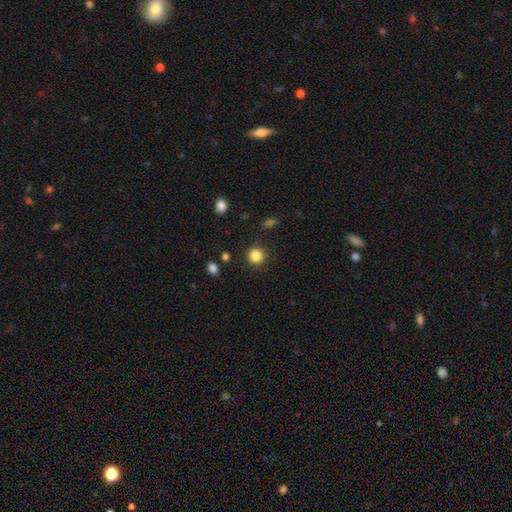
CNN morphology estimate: This appears to be a smooth galaxy with no disk features (85%) that is round (92%). Merging: none (88%).